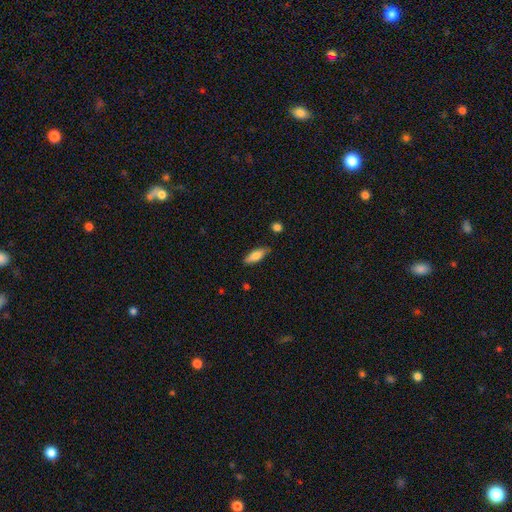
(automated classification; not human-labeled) Smooth or featured?
  - smooth: 78% *
  - featured or disk: 16%
  - star or artifact: 6%
How rounded?
  - in between: 63% *
  - cigar-shaped: 35%
  - round: 2%
Merging?
  - none: 82% *
  - minor disturbance: 14%
  - major disturbance: 2%
  - merger: 2%